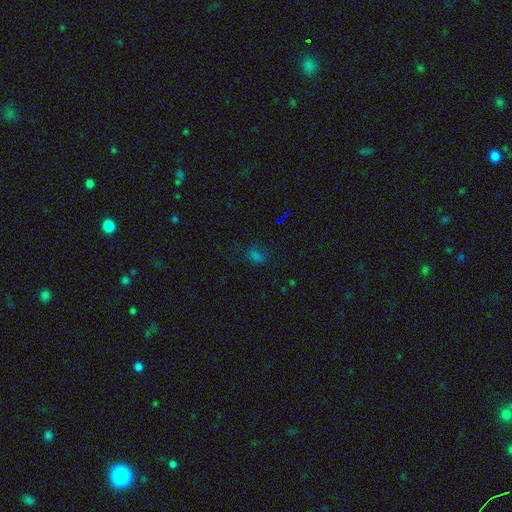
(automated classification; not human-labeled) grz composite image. It shows a smooth galaxy with no disk features (61%) that is in between round and cigar-shaped (60%). Merging: none (75%).